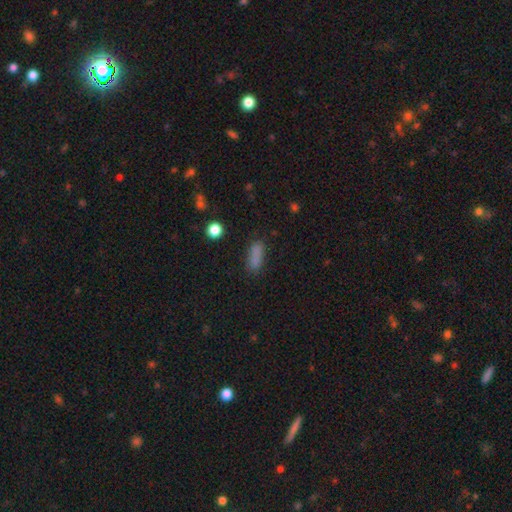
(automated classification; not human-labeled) smooth_or_featured: smooth (p=0.83) [alt: star or artifact p=0.12]
how_rounded: in between (p=0.59) [alt: cigar-shaped p=0.37]
merging: none (p=0.76) [alt: minor disturbance p=0.16]